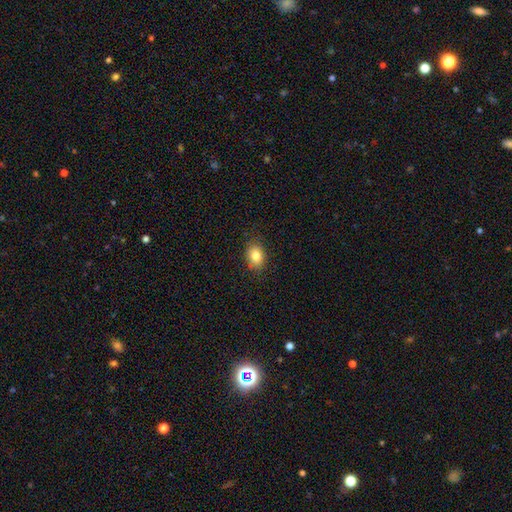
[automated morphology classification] Smooth or featured?
  - smooth: 84% *
  - star or artifact: 9%
  - featured or disk: 7%
How rounded?
  - in between: 73% *
  - round: 25%
  - cigar-shaped: 1%
Merging?
  - none: 85% *
  - minor disturbance: 11%
  - major disturbance: 3%
  - merger: 1%